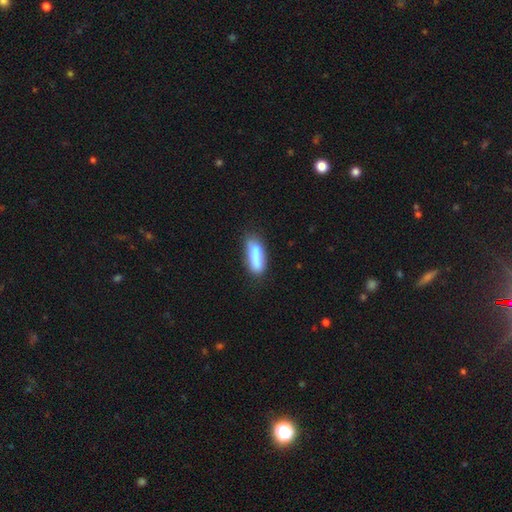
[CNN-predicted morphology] A smooth galaxy with no disk features (76%) that is cigar-shaped (50%).

Vote fractions:
- Smooth or featured? smooth: 76% / featured or disk: 16% / star or artifact: 7%
- How rounded? cigar-shaped: 50% / in between: 48% / round: 2%
- Merging? none: 60% / minor disturbance: 24% / merger: 8% / major disturbance: 8%